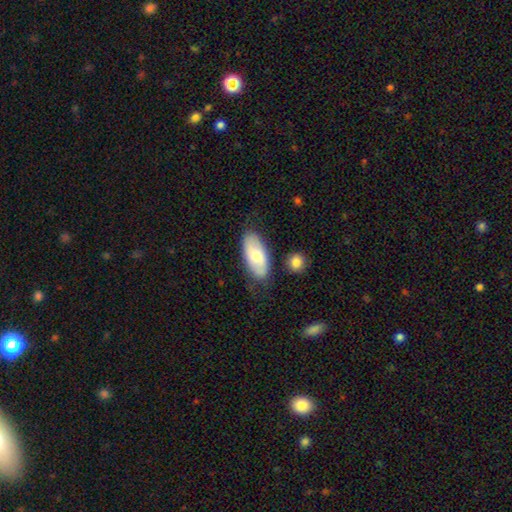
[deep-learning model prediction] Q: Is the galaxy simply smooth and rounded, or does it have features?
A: smooth — 73%.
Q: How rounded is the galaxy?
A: in between — 89%.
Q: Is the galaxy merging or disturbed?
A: none — 74%.